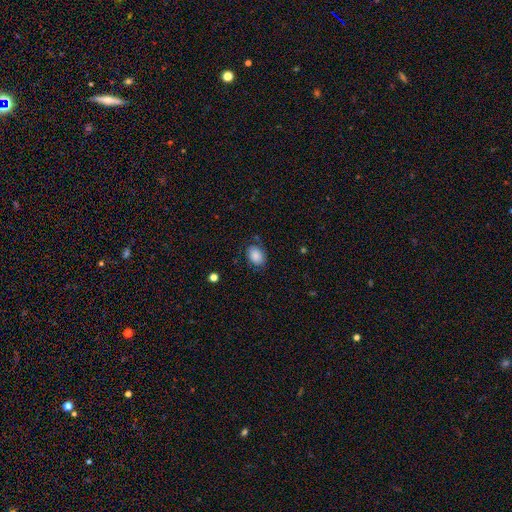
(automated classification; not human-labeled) Smooth or featured? Predicted: smooth (p=0.85). How rounded? Predicted: in between (p=0.77). Merging? Predicted: none (p=0.76).